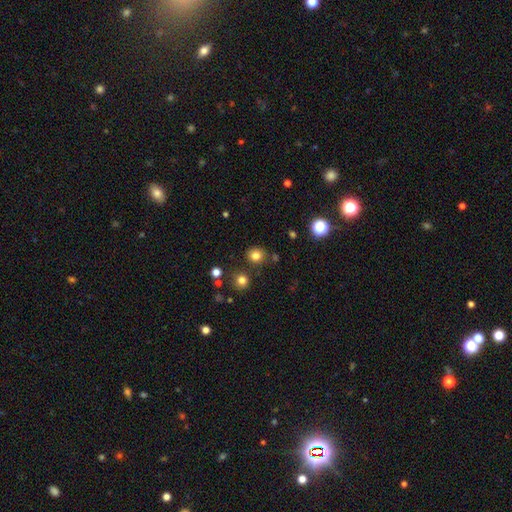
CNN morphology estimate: type=smooth (79%); roundness=round (83%); merging=none (82%).